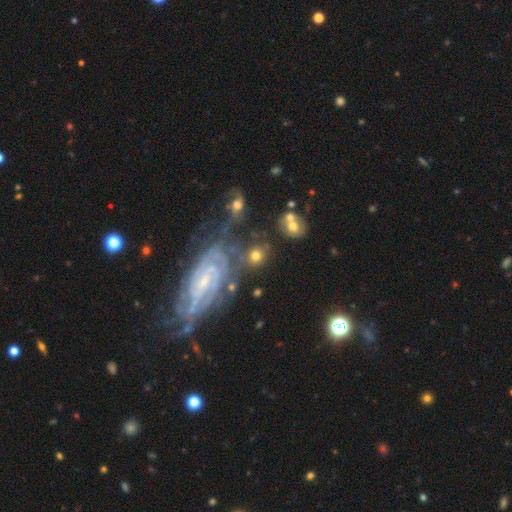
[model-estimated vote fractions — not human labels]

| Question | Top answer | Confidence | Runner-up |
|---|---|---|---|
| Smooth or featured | smooth | 53% | featured or disk (36%) |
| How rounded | round | 77% | in between (21%) |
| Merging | none | 61% | minor disturbance (15%) |